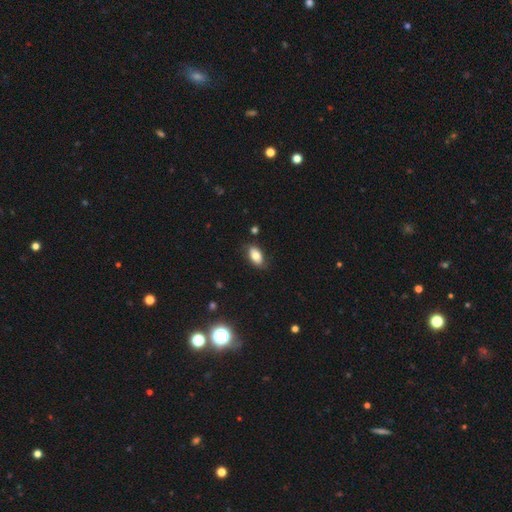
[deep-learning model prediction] Smooth or featured?
  - smooth: 77% *
  - featured or disk: 15%
  - star or artifact: 8%
How rounded?
  - in between: 91% *
  - round: 5%
  - cigar-shaped: 3%
Merging?
  - none: 79% *
  - minor disturbance: 16%
  - major disturbance: 3%
  - merger: 2%